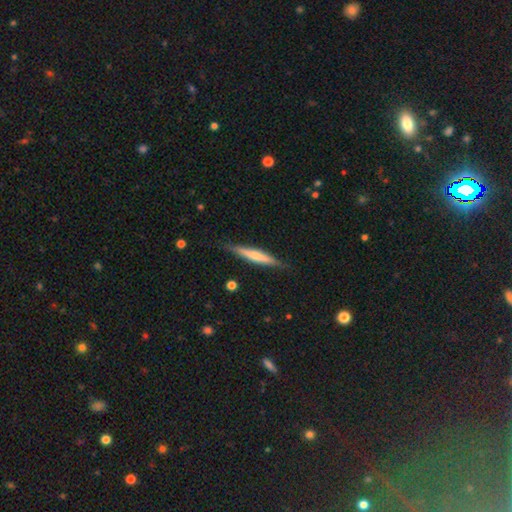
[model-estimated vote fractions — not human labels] A smooth galaxy with no disk features (50%) that is cigar-shaped (93%). Merging: none (86%).